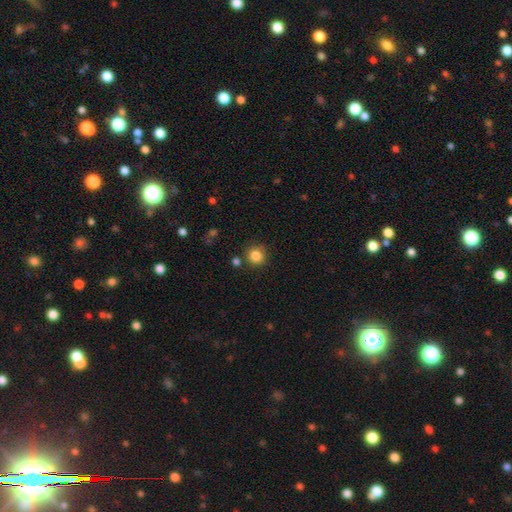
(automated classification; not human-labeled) The model was most divided on "smooth or featured": smooth: 85%, star or artifact: 11%, featured or disk: 4%. More confident: how rounded — round (93%); merging — none (83%).